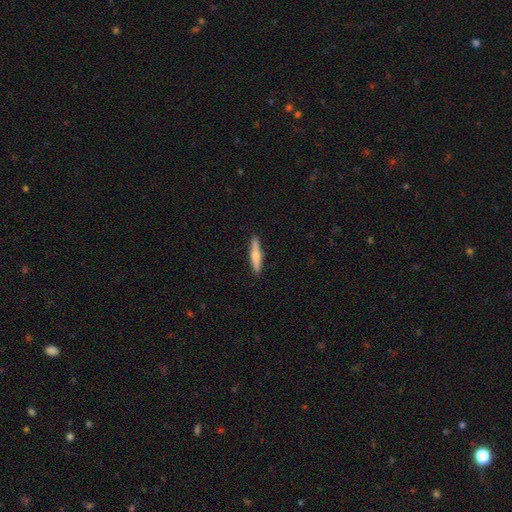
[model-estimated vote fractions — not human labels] Smooth or featured: smooth — 59% (featured or disk — 36%)
How rounded: cigar-shaped — 88% (in between — 10%)
Merging: none — 90% (minor disturbance — 7%)